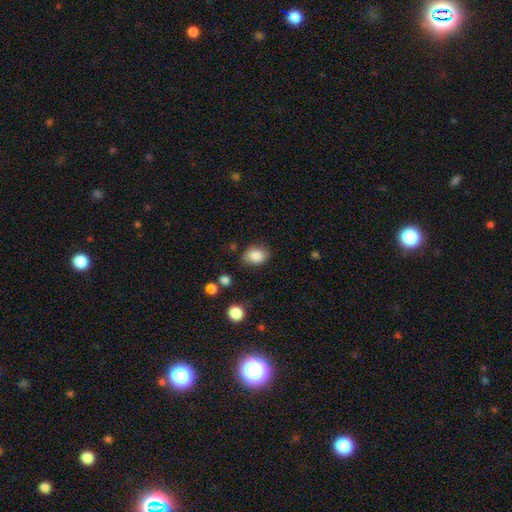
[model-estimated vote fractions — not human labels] Q: Smooth or featured?
A: smooth (86%); runner-up: star or artifact (8%)
Q: How rounded?
A: in between (74%); runner-up: round (25%)
Q: Merging?
A: none (78%); runner-up: minor disturbance (15%)